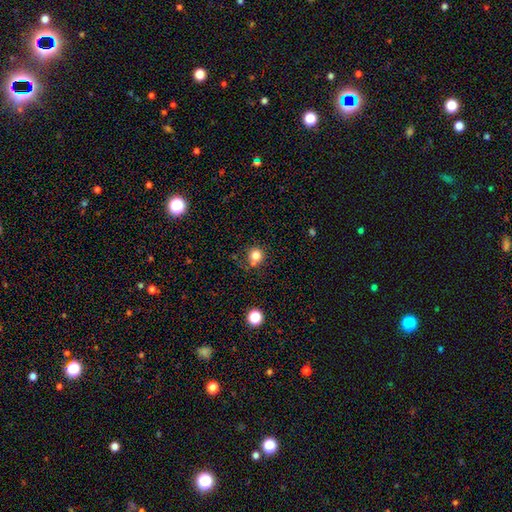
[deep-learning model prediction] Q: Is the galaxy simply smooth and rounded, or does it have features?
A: smooth — 81%.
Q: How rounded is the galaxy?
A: round — 88%.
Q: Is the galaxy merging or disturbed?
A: none — 69%.